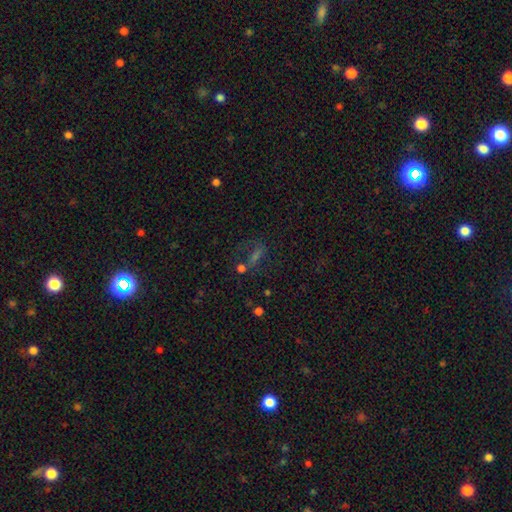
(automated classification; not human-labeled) Overall: star or artifact (41%; smooth 33%).